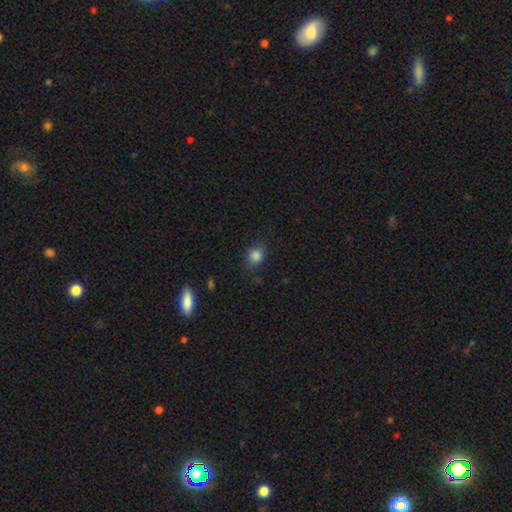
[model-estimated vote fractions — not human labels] Overall: smooth (83%). How rounded: round (64%; in between 35%). Merging: none (74%).